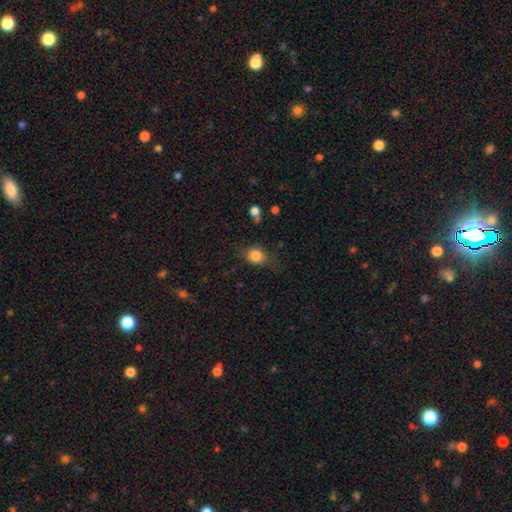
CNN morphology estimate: smooth 81%, star or artifact 10%, featured or disk 9%. Down the decision tree: how rounded — round (61%); merging — none (65%).